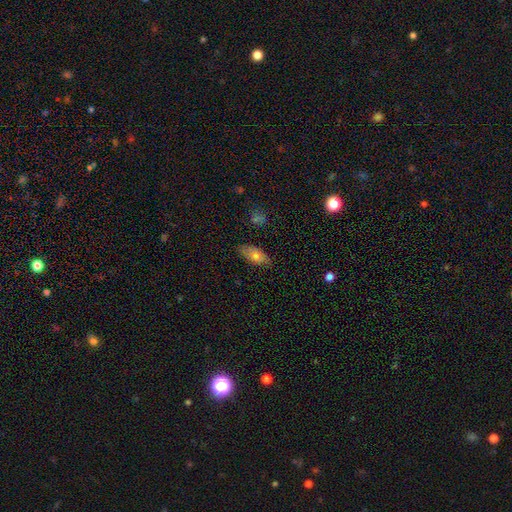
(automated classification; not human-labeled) A smooth galaxy with no disk features (71%) that is in between round and cigar-shaped (85%). Merging: none (77%).